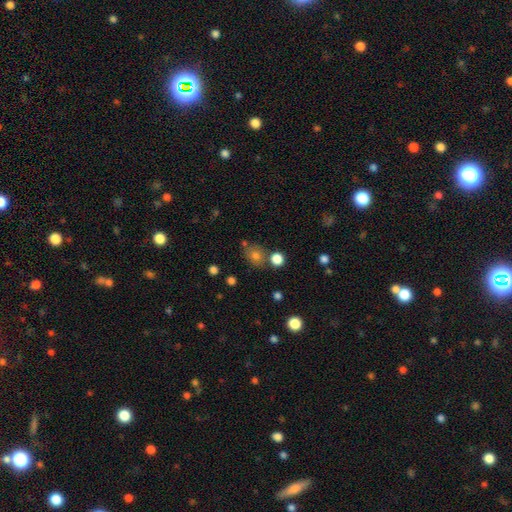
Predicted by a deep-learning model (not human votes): smooth 77%, star or artifact 13%, featured or disk 10%. Down the decision tree: how rounded — round (67%); merging — none (70%).